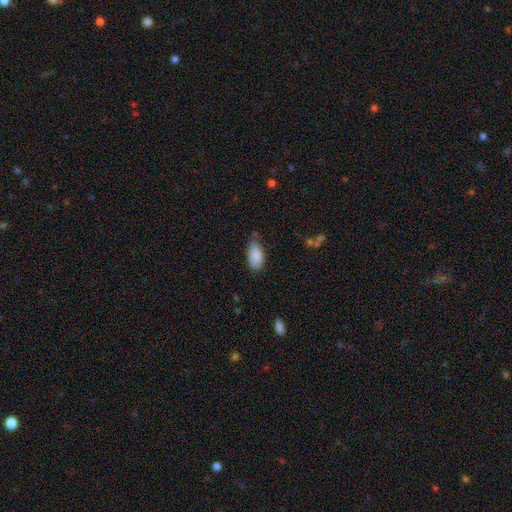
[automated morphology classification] type=smooth (86%); roundness=in between (94%); merging=none (62%).